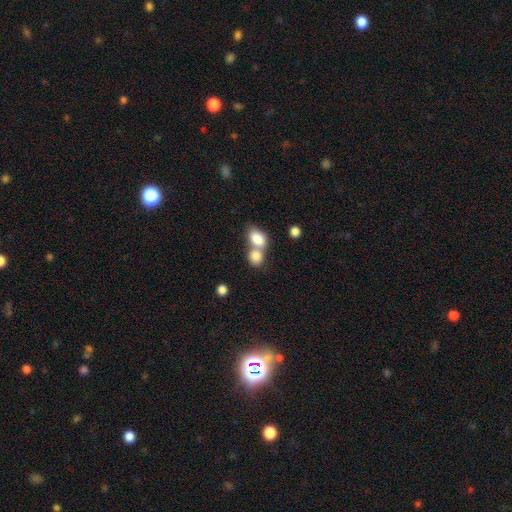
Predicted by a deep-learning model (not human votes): The model was most divided on "how rounded": in between: 59%, round: 39%, cigar-shaped: 2%. More confident: smooth or featured — smooth (82%); merging — merger (66%).